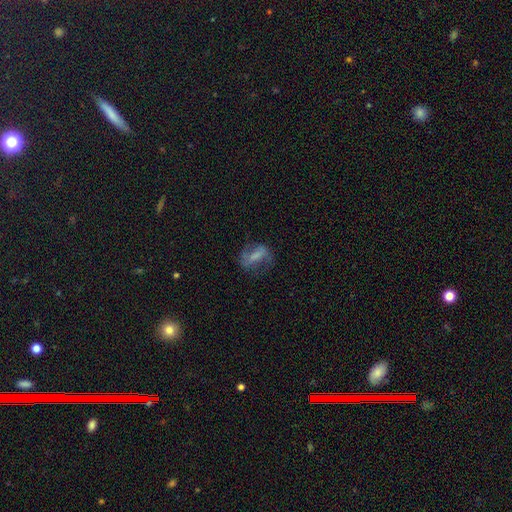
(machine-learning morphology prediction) featured or disk 53%, smooth 37%, star or artifact 10%. Down the decision tree: edge-on disk — no (93%); merging — none (62%).